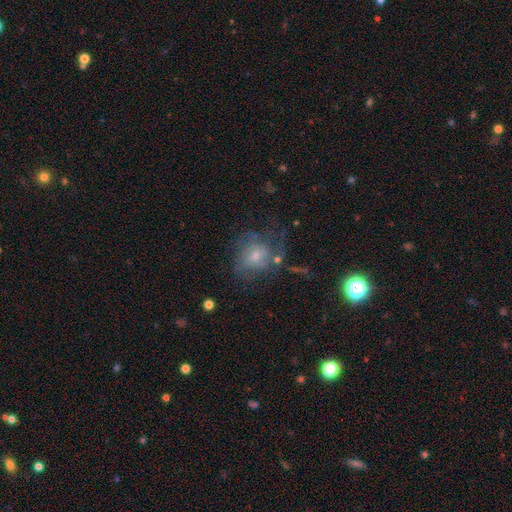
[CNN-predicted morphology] Smooth or featured: featured or disk — 47% (smooth — 36%)
Merging: none — 50% (major disturbance — 23%)